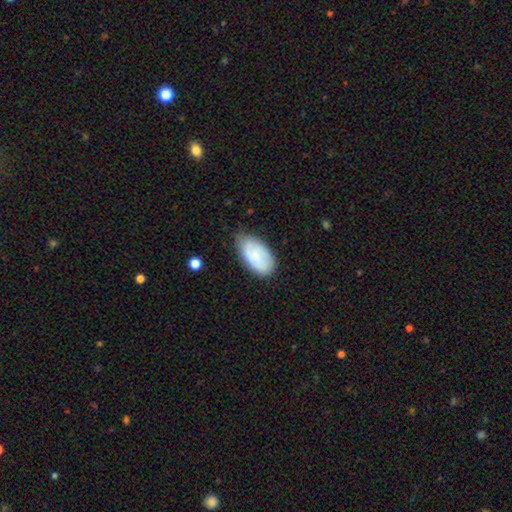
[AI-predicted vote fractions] This is likely a smooth galaxy (67%). How rounded: clearly in between (94%). Merging: likely none (64%).